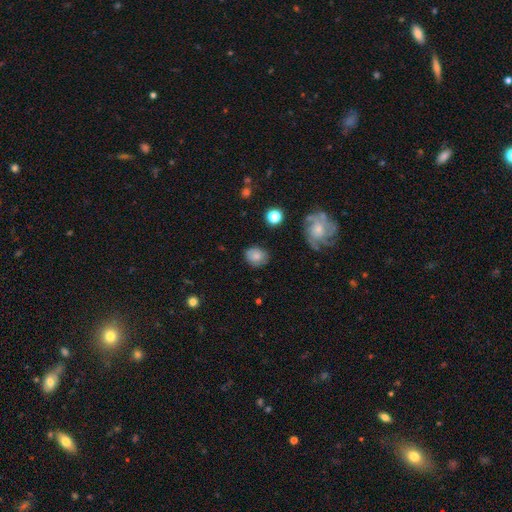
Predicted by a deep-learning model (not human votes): Q: Smooth or featured?
A: smooth (72%); runner-up: featured or disk (18%)
Q: How rounded?
A: round (64%); runner-up: in between (35%)
Q: Merging?
A: none (77%); runner-up: minor disturbance (16%)